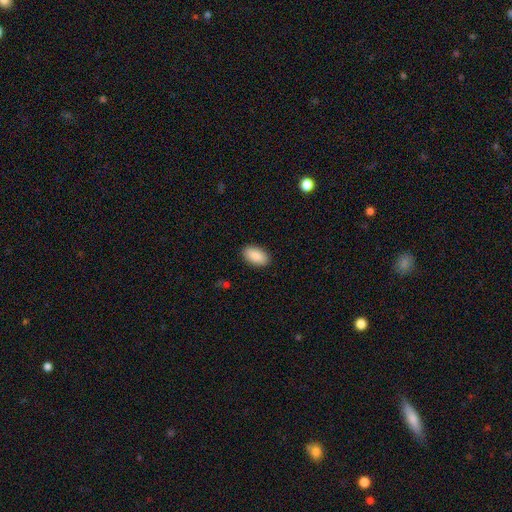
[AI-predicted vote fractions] smooth-or-featured: smooth: 89% | star or artifact: 6% | featured or disk: 4%
  how-rounded: in between: 95% | round: 3% | cigar-shaped: 2%
  merging: none: 90% | minor disturbance: 7% | major disturbance: 2% | merger: 1%